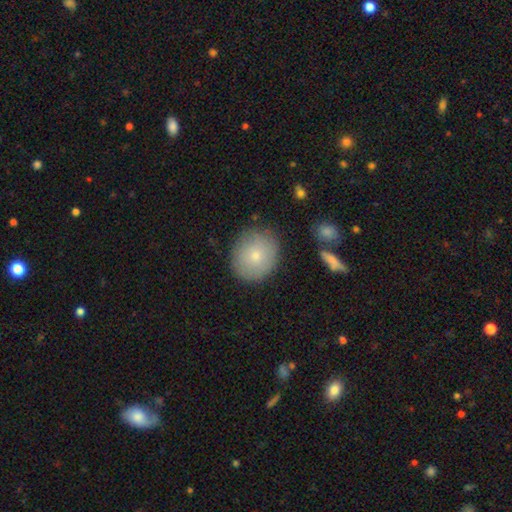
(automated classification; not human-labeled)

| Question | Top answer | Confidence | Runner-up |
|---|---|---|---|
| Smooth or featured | smooth | 76% | featured or disk (16%) |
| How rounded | round | 73% | in between (26%) |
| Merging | none | 83% | minor disturbance (12%) |